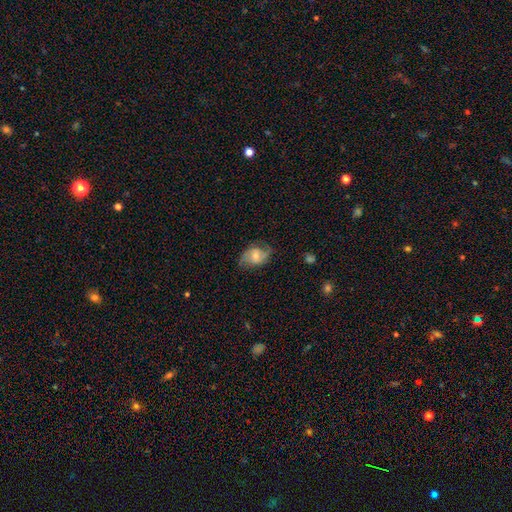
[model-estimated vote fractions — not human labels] This appears to be a featured or disk galaxy (52%). Merging: none (64%).